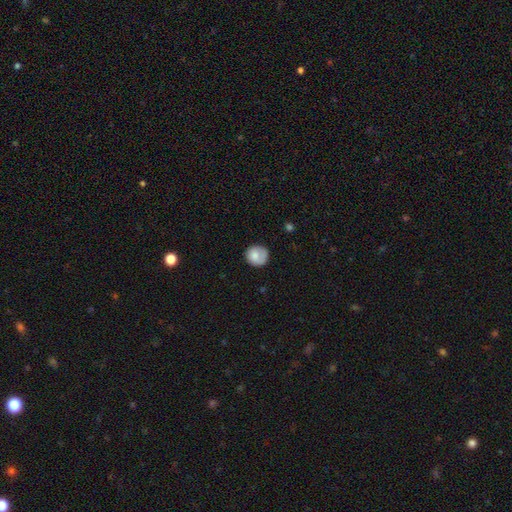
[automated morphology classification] smooth 76%, featured or disk 16%, star or artifact 7%. Down the decision tree: how rounded — round (87%); merging — none (71%).